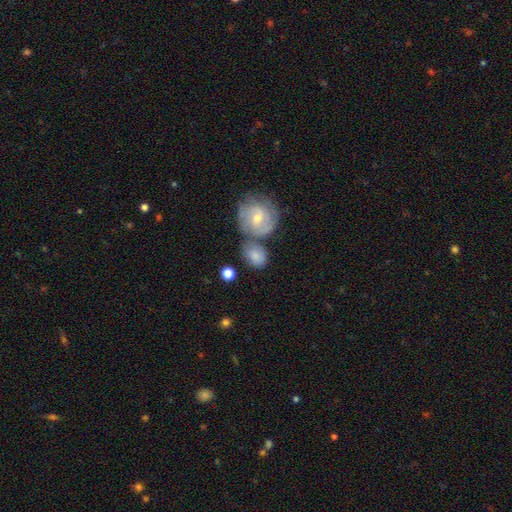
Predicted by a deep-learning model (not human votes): Smooth or featured?
  - smooth: 71% *
  - featured or disk: 22%
  - star or artifact: 7%
How rounded?
  - round: 51% *
  - in between: 48%
  - cigar-shaped: 2%
Merging?
  - none: 52% *
  - merger: 25%
  - minor disturbance: 16%
  - major disturbance: 6%